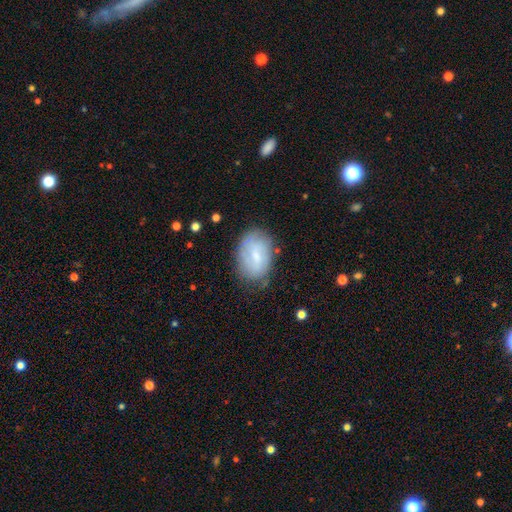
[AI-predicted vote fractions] Smooth or featured? Predicted: smooth (p=0.56). How rounded? Predicted: in between (p=0.84). Merging? Predicted: none (p=0.70).